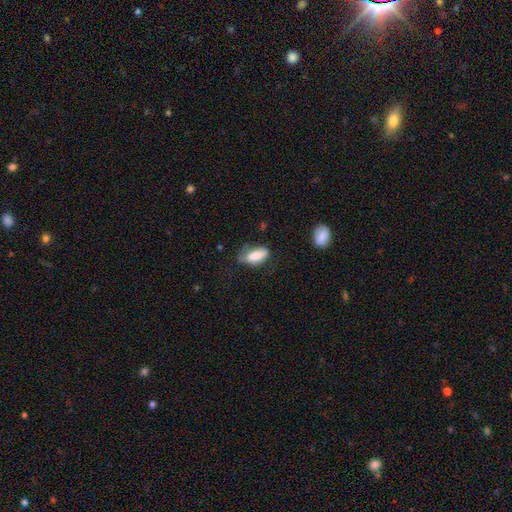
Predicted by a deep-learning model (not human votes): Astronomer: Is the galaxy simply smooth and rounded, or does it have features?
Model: smooth — 80%.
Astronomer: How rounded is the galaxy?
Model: in between — 84%.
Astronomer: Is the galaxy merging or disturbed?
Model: none — 50% (runner-up: minor disturbance, 33%).